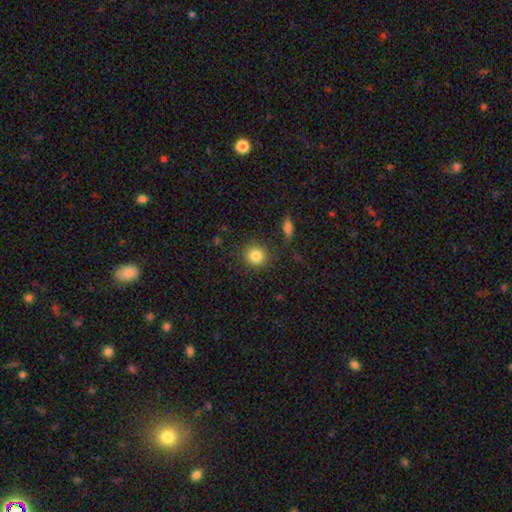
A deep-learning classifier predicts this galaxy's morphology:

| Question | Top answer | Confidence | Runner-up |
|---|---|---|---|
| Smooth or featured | smooth | 84% | star or artifact (10%) |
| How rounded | round | 90% | in between (9%) |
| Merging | none | 86% | minor disturbance (8%) |